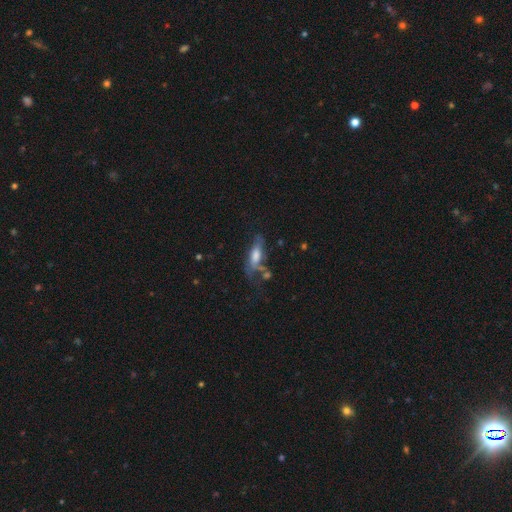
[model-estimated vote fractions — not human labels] featured or disk 48%, smooth 43%, star or artifact 9%. Down the decision tree: merging — none (38%).